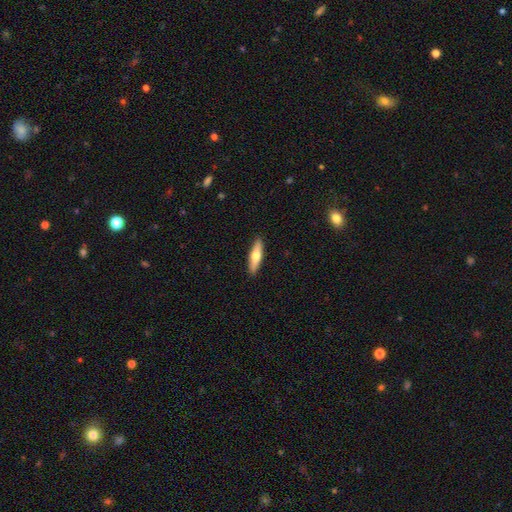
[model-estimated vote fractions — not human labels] Morphology: type=smooth (55%); roundness=cigar-shaped (70%); merging=none (90%).